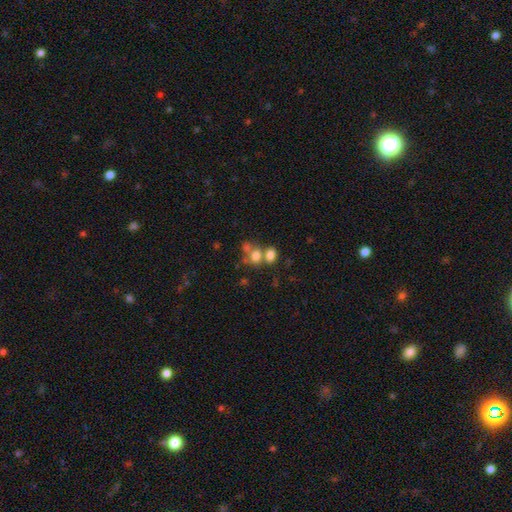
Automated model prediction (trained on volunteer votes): Smooth or featured? smooth (72%)
How rounded? in between (57%)
Merging? merger (49%)